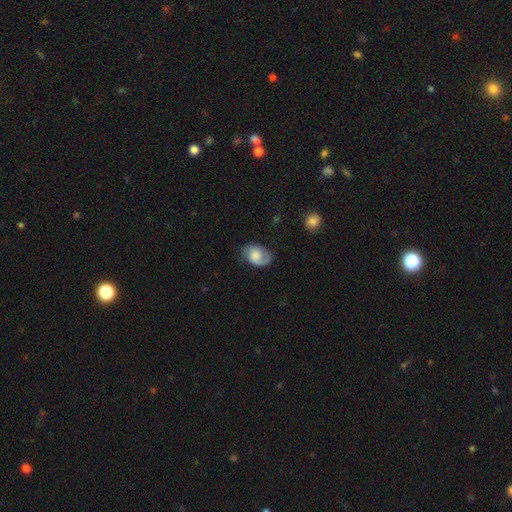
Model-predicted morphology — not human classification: Smooth or featured? Predicted: featured or disk (p=0.51). Edge-on disk? Predicted: no (p=0.97). Merging? Predicted: none (p=0.64).